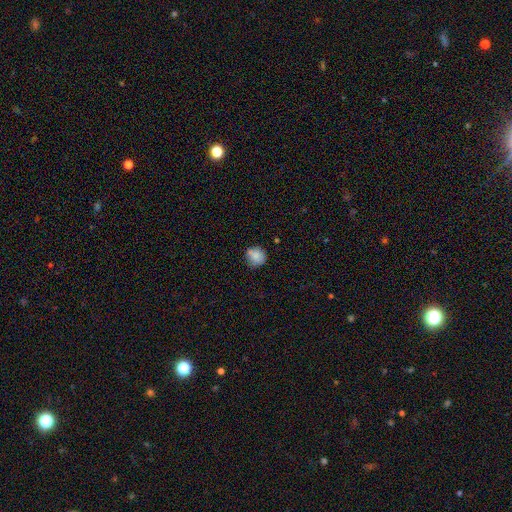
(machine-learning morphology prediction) Q: Smooth or featured?
A: smooth (83%); runner-up: star or artifact (9%)
Q: How rounded?
A: round (87%); runner-up: in between (12%)
Q: Merging?
A: none (70%); runner-up: minor disturbance (21%)